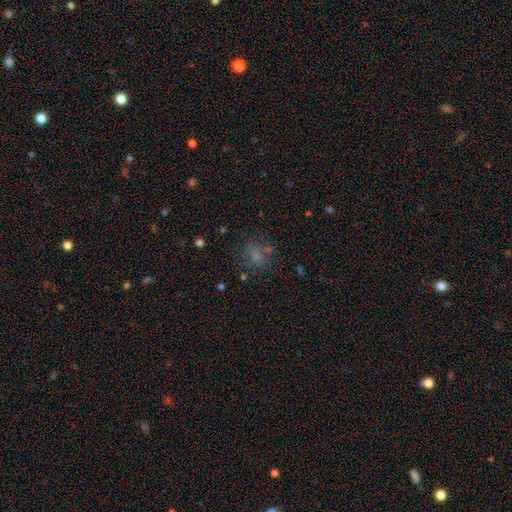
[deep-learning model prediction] Smooth or featured? smooth (64%)
How rounded? round (51%)
Merging? none (63%)